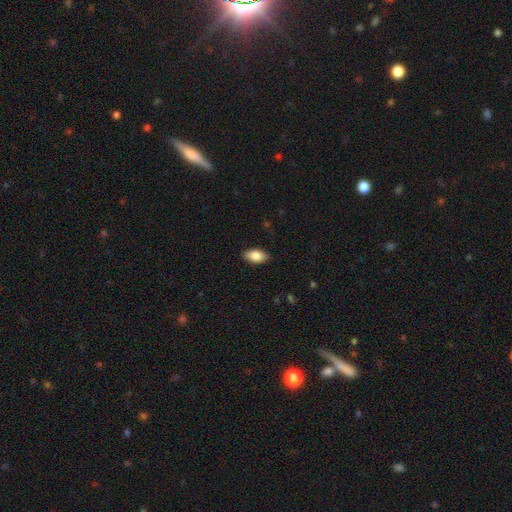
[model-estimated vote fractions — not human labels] Smooth or featured? Predicted: smooth (p=0.85). How rounded? Predicted: in between (p=0.92). Merging? Predicted: none (p=0.87).